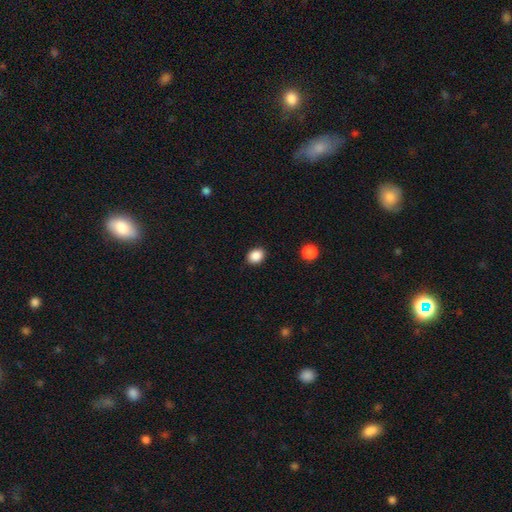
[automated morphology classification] The model was most divided on "how rounded": in between: 56%, round: 43%, cigar-shaped: 1%. More confident: merging — none (88%); smooth or featured — smooth (88%).